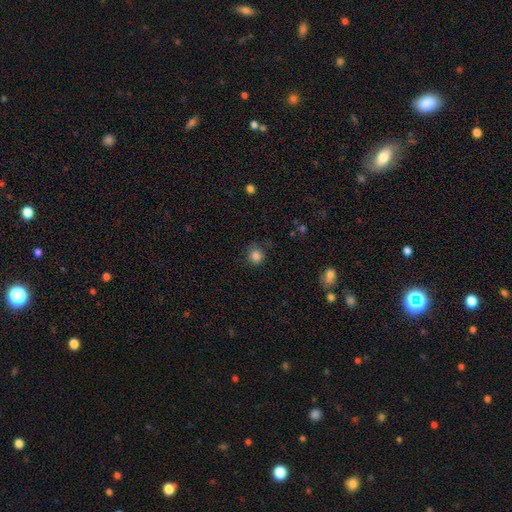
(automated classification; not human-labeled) A smooth galaxy with no disk features (84%) that is round (84%). Merging: none (80%).